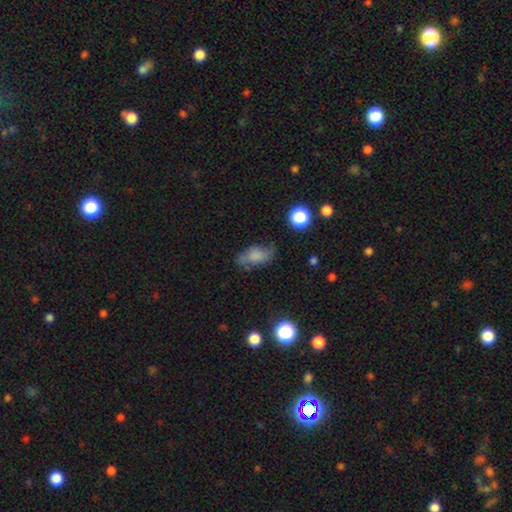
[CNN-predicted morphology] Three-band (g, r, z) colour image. It shows a smooth galaxy with no disk features (61%) that is in between round and cigar-shaped (84%). Merging: none (55%).